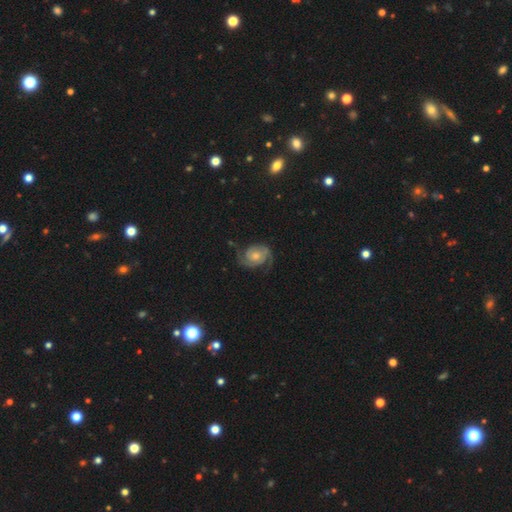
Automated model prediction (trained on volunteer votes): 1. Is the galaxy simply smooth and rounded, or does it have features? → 86% featured or disk, 8% smooth, 6% star or artifact.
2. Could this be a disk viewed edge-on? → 98% no, 2% yes.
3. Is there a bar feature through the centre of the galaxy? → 72% no, 24% weak, 5% strong.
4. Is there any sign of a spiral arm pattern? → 97% yes, 3% no.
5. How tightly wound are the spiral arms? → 43% tight, 41% medium, 15% loose.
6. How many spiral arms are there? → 89% 2, 4% can't tell, 3% 3, 2% 1, 1% 4, 1% more than 4.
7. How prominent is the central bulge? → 56% moderate, 31% small, 7% large, 4% none, 1% dominant.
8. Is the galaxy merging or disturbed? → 71% none, 18% minor disturbance, 9% major disturbance, 2% merger.